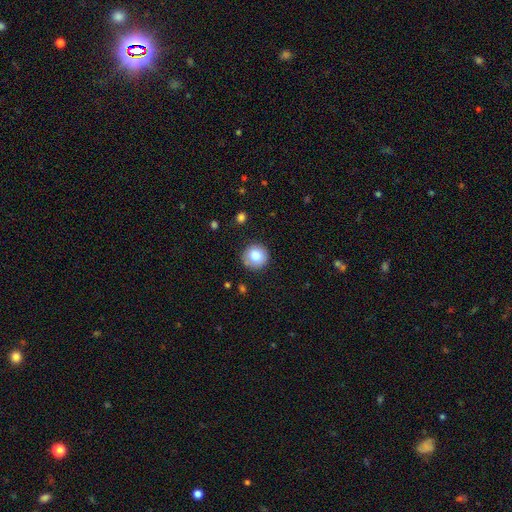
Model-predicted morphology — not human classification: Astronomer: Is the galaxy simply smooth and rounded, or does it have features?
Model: smooth — 83%.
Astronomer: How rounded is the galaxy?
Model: round — 93%.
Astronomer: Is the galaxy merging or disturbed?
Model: none — 86%.